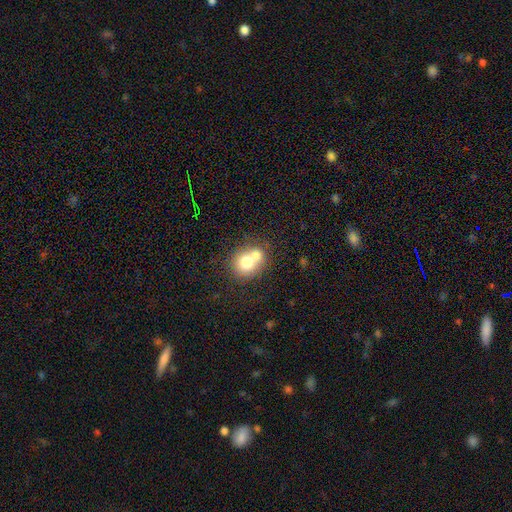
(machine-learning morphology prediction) Smooth or featured?
  - smooth: 70% *
  - featured or disk: 20%
  - star or artifact: 10%
How rounded?
  - round: 75% *
  - in between: 24%
  - cigar-shaped: 1%
Merging?
  - merger: 57% *
  - none: 33%
  - minor disturbance: 7%
  - major disturbance: 3%